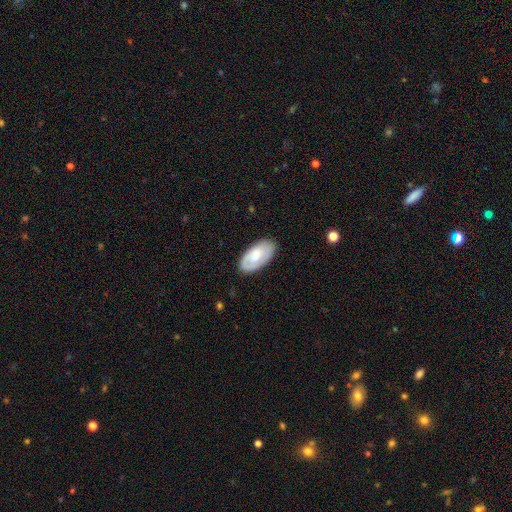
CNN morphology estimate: Smooth or featured? smooth (64%)
How rounded? in between (95%)
Merging? none (82%)